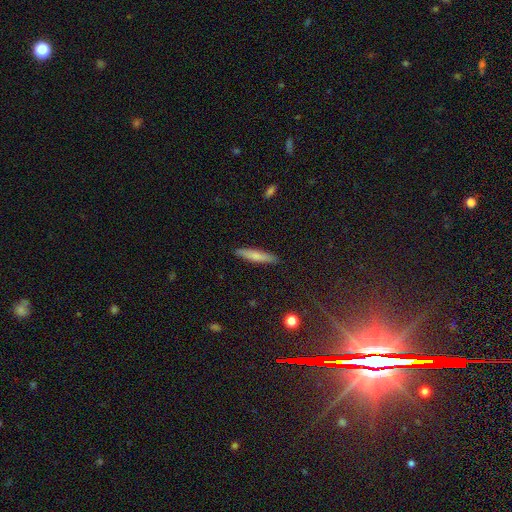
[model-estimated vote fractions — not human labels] This appears to be a smooth galaxy with no disk features (73%) that is cigar-shaped (88%). Merging: none (89%).